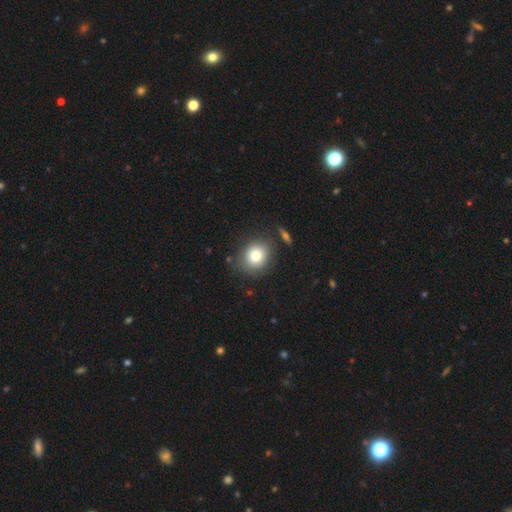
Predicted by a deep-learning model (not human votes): A smooth galaxy with no disk features (77%) that is round (73%).

Vote fractions:
- Smooth or featured? smooth: 77% / featured or disk: 12% / star or artifact: 11%
- How rounded? round: 73% / in between: 26% / cigar-shaped: 1%
- Merging? none: 80% / minor disturbance: 12% / merger: 4% / major disturbance: 4%